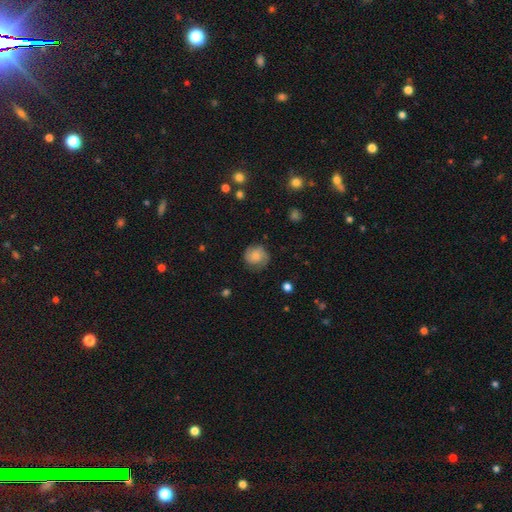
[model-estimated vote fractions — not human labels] smooth-or-featured: smooth: 50% | featured or disk: 41% | star or artifact: 9%
  merging: none: 76% | minor disturbance: 17% | major disturbance: 6% | merger: 1%